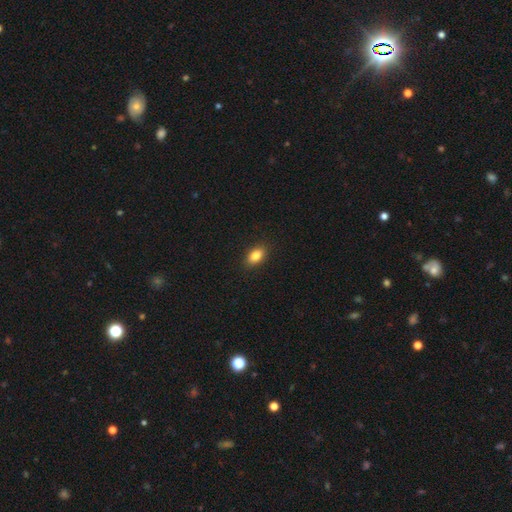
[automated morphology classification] type=smooth (84%); roundness=in between (87%); merging=none (89%).